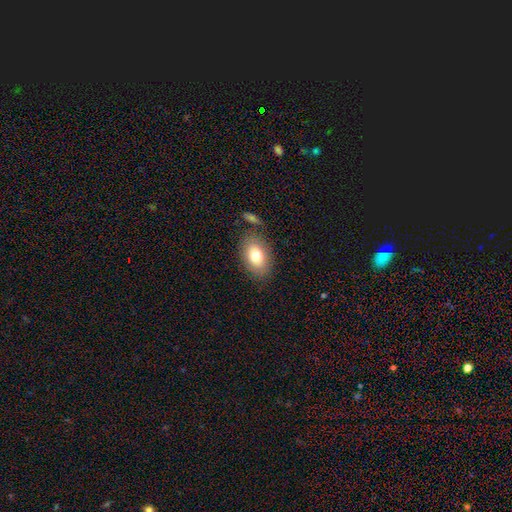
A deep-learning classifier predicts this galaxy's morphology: A smooth galaxy with no disk features (79%) that is in between round and cigar-shaped (86%).

Vote fractions:
- Smooth or featured? smooth: 79% / featured or disk: 13% / star or artifact: 8%
- How rounded? in between: 86% / round: 12% / cigar-shaped: 1%
- Merging? none: 79% / minor disturbance: 12% / merger: 5% / major disturbance: 4%